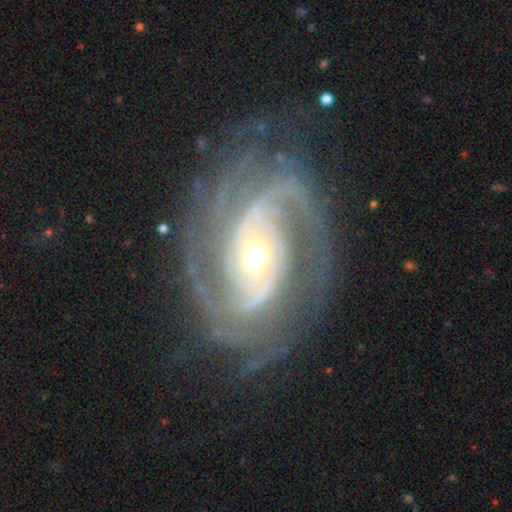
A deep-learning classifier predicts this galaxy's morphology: Smooth or featured? featured or disk (92%)
Edge-on disk? no (97%)
Bar? no (54%)
Spiral arms? yes (98%)
Spiral winding? tight (57%)
Spiral arm count? 2 (33%)
Bulge size? moderate (68%)
Merging? none (74%)